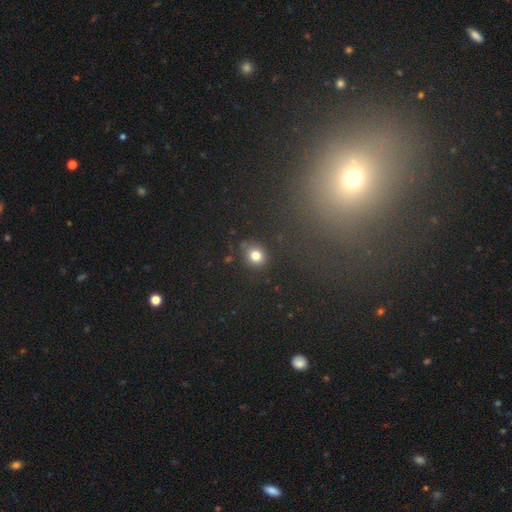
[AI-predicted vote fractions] Q: Smooth or featured?
A: smooth (79%); runner-up: star or artifact (14%)
Q: How rounded?
A: round (72%); runner-up: in between (27%)
Q: Merging?
A: none (81%); runner-up: minor disturbance (12%)